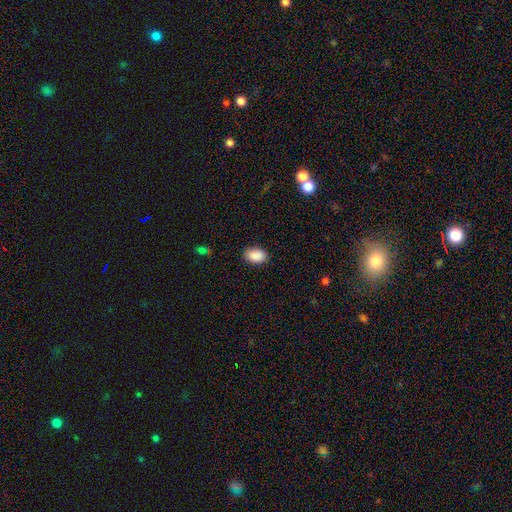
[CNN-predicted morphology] This is clearly a smooth galaxy (90%). How rounded: clearly in between (89%). Merging: clearly none (88%).